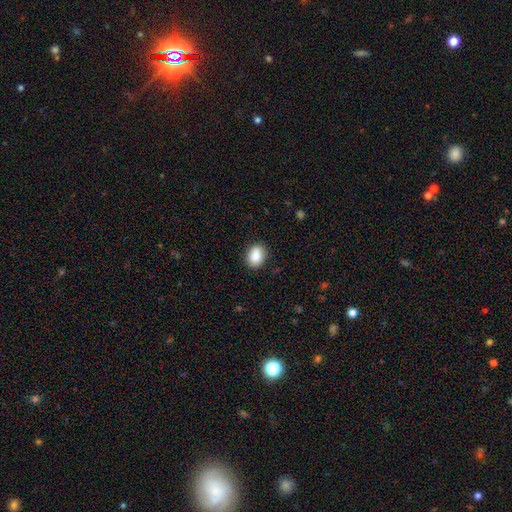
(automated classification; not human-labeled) A smooth galaxy with no disk features (88%) that is in between round and cigar-shaped (67%). Merging: none (86%).